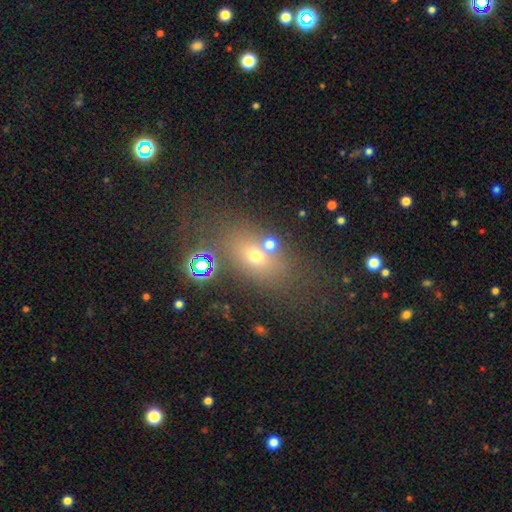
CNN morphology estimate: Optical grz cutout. It shows a smooth galaxy with no disk features (57%) that is in between round and cigar-shaped (66%). Merging: none (62%).